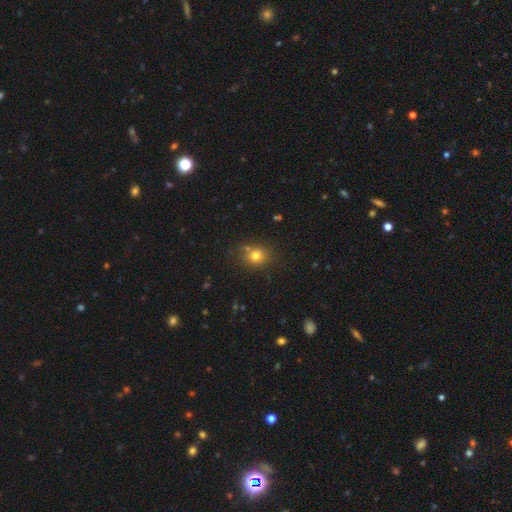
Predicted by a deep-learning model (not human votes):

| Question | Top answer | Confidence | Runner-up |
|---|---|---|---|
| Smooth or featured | smooth | 76% | star or artifact (15%) |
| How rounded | round | 76% | in between (23%) |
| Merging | none | 77% | minor disturbance (12%) |